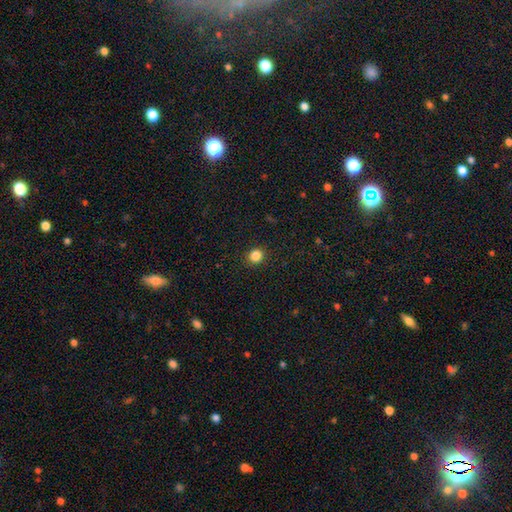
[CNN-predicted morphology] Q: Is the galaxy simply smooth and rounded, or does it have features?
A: smooth — 85%.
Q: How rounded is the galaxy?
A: round — 83%.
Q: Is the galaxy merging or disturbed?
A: none — 91%.